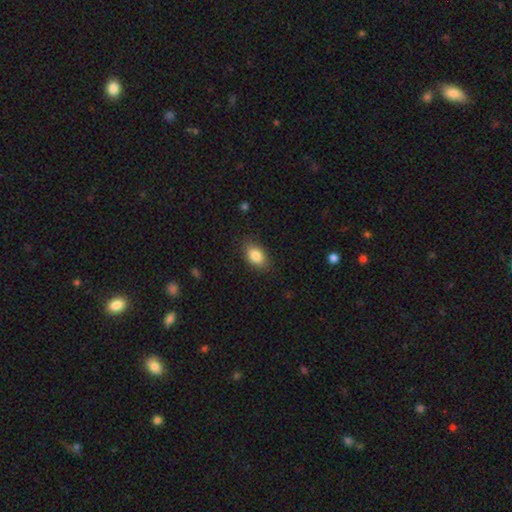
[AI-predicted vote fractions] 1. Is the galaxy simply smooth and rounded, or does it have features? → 85% smooth, 8% star or artifact, 8% featured or disk.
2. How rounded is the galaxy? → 88% in between, 10% round, 2% cigar-shaped.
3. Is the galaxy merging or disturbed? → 85% none, 11% minor disturbance, 3% major disturbance, 1% merger.